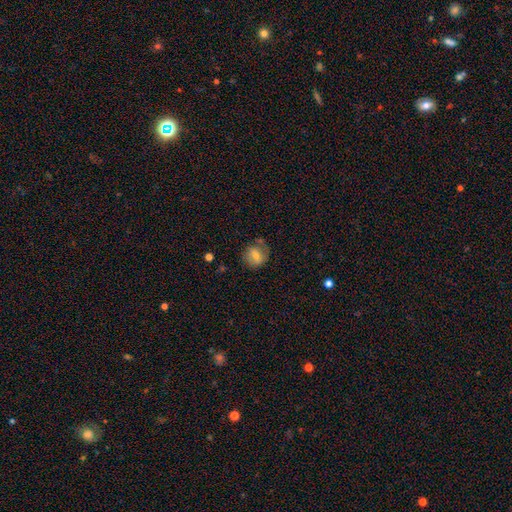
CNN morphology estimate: A smooth galaxy with no disk features (64%) that is round (79%).

Vote fractions:
- Smooth or featured? smooth: 64% / featured or disk: 27% / star or artifact: 9%
- How rounded? round: 79% / in between: 20% / cigar-shaped: 1%
- Merging? none: 63% / minor disturbance: 22% / major disturbance: 10% / merger: 5%